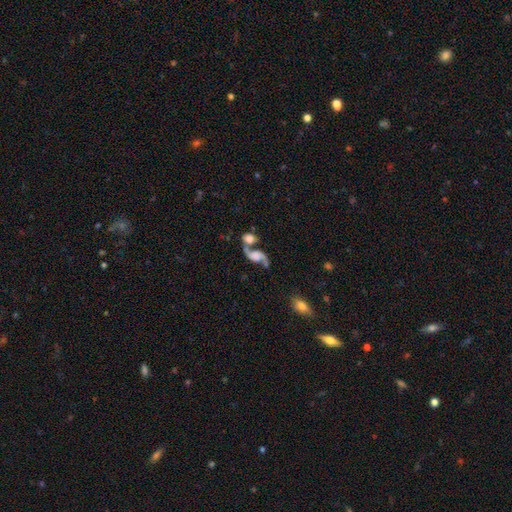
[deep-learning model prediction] smooth-or-featured: featured or disk: 79% | smooth: 14% | star or artifact: 7%
  disk-edge-on: no: 96% | yes: 4%
    bar: no: 65% | weak: 27% | strong: 8%
    has-spiral-arms: yes: 93% | no: 7%
      spiral-winding: loose: 76% | medium: 20% | tight: 5%
      spiral-arm-count: 2: 90% | 1: 5% | can't tell: 2% | 3: 1% | 4: 1% | more than 4: 1%
    bulge-size: none: 40% | large: 20% | moderate: 17% | small: 17% | dominant: 5%
  merging: merger: 47% | none: 31% | minor disturbance: 11% | major disturbance: 10%